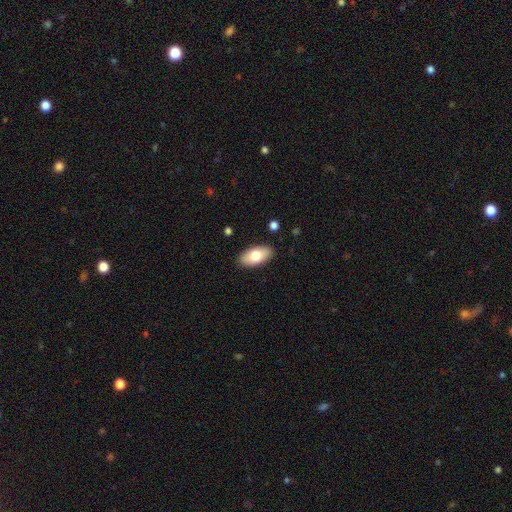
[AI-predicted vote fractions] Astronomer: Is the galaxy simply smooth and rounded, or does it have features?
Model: smooth — 75%.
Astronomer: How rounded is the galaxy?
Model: in between — 93%.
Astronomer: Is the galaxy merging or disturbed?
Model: none — 89%.